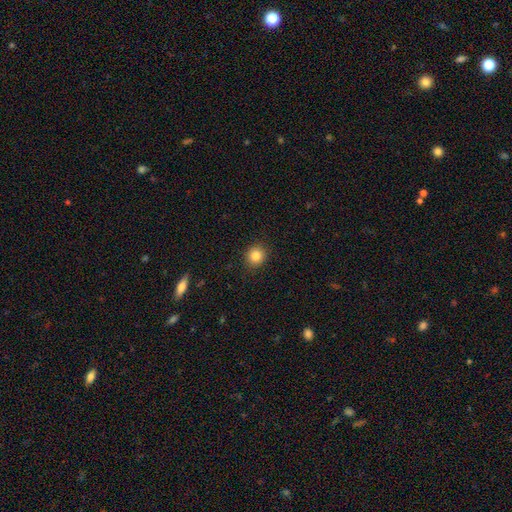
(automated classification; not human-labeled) Smooth or featured?
  - smooth: 84% *
  - star or artifact: 11%
  - featured or disk: 6%
How rounded?
  - round: 88% *
  - in between: 11%
  - cigar-shaped: 1%
Merging?
  - none: 91% *
  - minor disturbance: 6%
  - major disturbance: 2%
  - merger: 1%